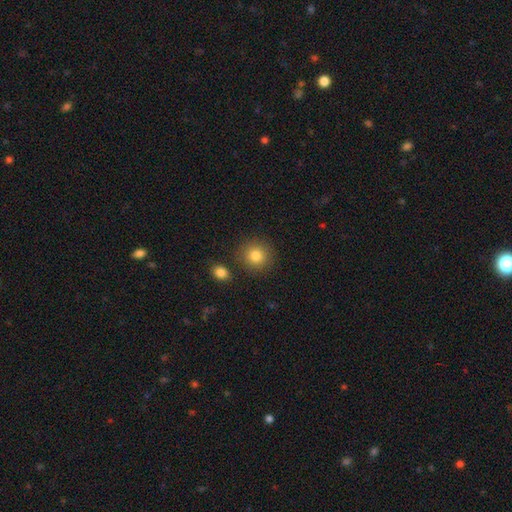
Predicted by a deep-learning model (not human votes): smooth-or-featured: smooth: 83% | star or artifact: 10% | featured or disk: 7%
  how-rounded: round: 91% | in between: 8% | cigar-shaped: 1%
  merging: none: 86% | minor disturbance: 7% | merger: 4% | major disturbance: 3%